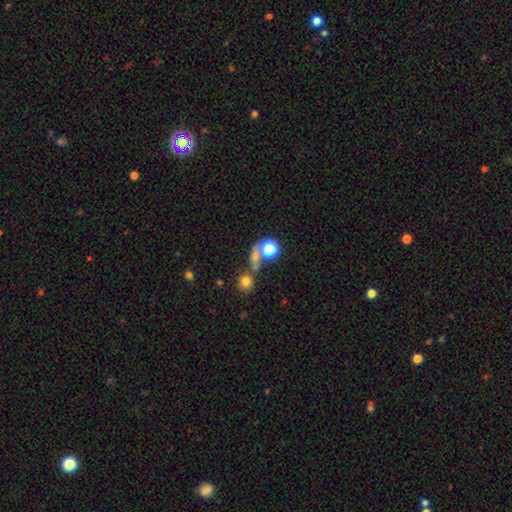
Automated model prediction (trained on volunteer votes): smooth-or-featured: smooth: 59% | star or artifact: 26% | featured or disk: 15%
  how-rounded: round: 64% | in between: 29% | cigar-shaped: 7%
  merging: none: 45% | merger: 35% | minor disturbance: 11% | major disturbance: 9%